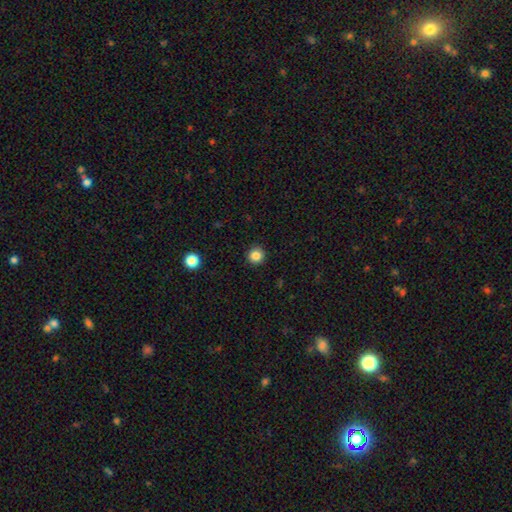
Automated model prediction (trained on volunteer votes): This appears to be a smooth galaxy with no disk features (84%) that is round (95%). Merging: none (92%).